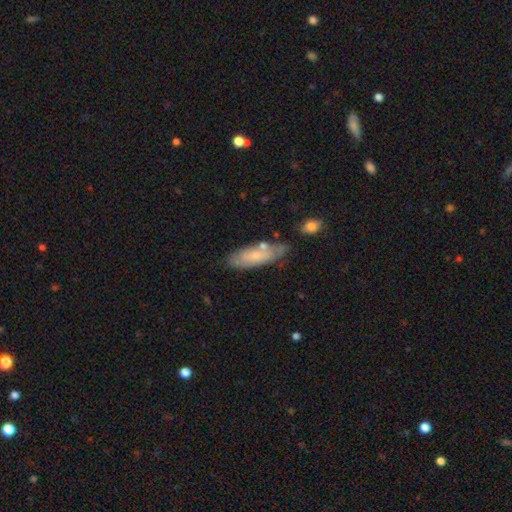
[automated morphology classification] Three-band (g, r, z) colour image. It shows a smooth galaxy with no disk features (60%) that is in between round and cigar-shaped (58%). Merging: none (71%).